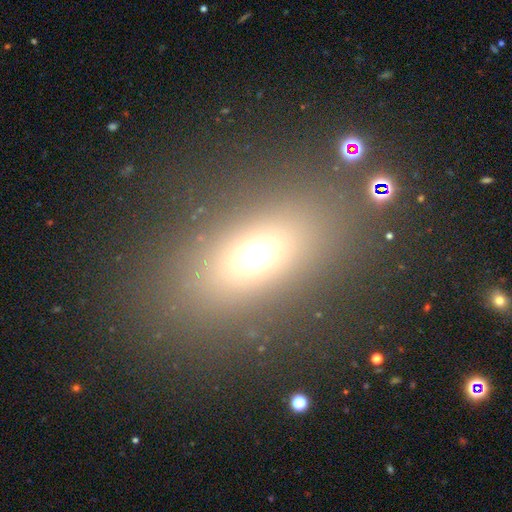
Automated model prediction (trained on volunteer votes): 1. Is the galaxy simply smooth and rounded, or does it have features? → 61% smooth, 23% star or artifact, 16% featured or disk.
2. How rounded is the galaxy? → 70% in between, 24% round, 7% cigar-shaped.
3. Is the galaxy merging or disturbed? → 82% none, 9% minor disturbance, 6% major disturbance, 3% merger.